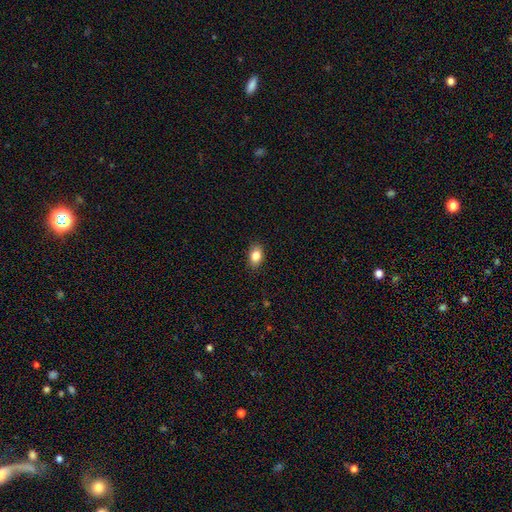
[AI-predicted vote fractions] The model was most divided on "how rounded": in between: 79%, round: 19%, cigar-shaped: 1%. More confident: merging — none (87%); smooth or featured — smooth (84%).